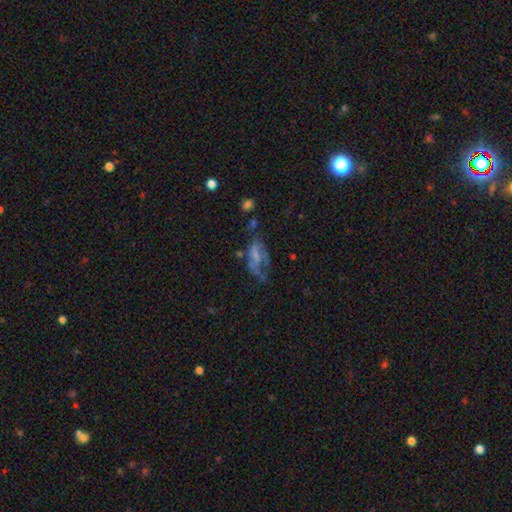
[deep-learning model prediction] Overall: featured or disk (48%; smooth 37%). Merging: major disturbance (38%; none 30%).